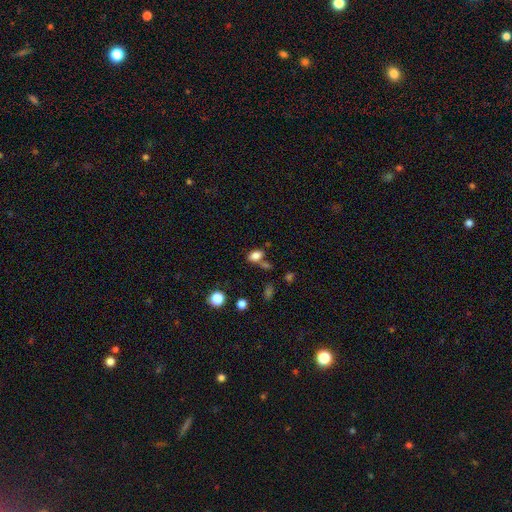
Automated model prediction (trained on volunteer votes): smooth 81%, star or artifact 12%, featured or disk 8%. Down the decision tree: how rounded — in between (82%); merging — none (55%).